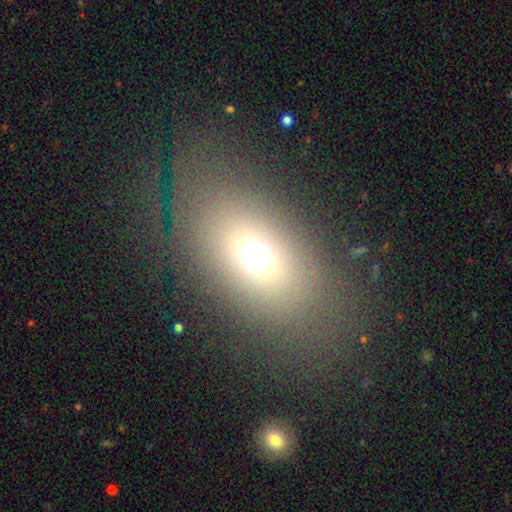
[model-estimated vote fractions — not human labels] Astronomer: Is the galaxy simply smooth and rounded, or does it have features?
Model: smooth — 64%.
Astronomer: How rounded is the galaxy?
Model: in between — 78%.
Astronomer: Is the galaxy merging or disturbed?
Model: none — 72%.